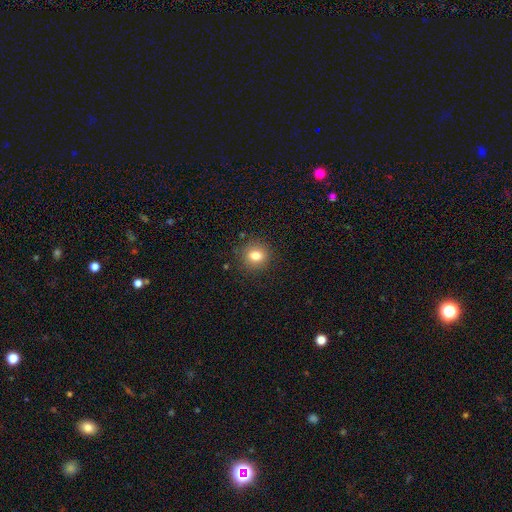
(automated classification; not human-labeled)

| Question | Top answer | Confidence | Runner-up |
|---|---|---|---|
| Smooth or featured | smooth | 80% | star or artifact (12%) |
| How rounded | round | 82% | in between (17%) |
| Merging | none | 88% | minor disturbance (8%) |